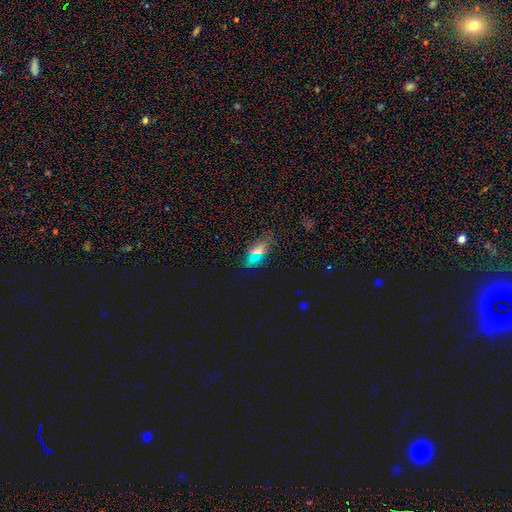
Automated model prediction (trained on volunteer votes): Smooth or featured? Predicted: smooth (p=0.64). How rounded? Predicted: in between (p=0.81). Merging? Predicted: none (p=0.85).